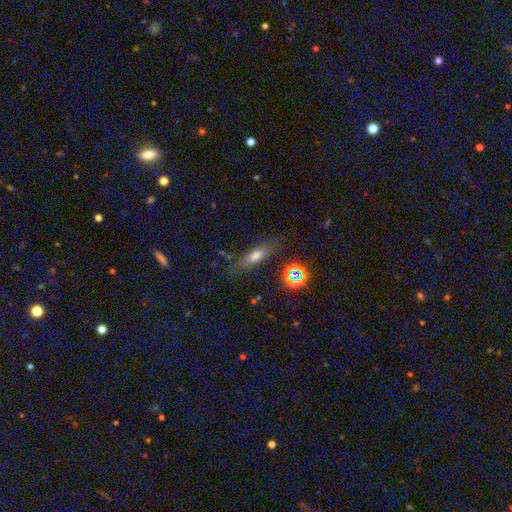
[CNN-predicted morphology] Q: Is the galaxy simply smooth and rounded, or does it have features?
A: smooth — 59%.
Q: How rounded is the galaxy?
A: cigar-shaped — 50%.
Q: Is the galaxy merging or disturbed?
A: none — 75%.